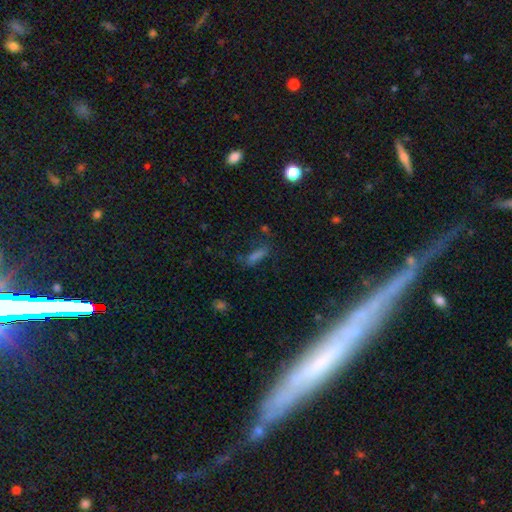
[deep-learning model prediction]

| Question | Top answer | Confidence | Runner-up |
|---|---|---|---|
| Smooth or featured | smooth | 47% | star or artifact (32%) |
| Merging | none | 61% | minor disturbance (19%) |